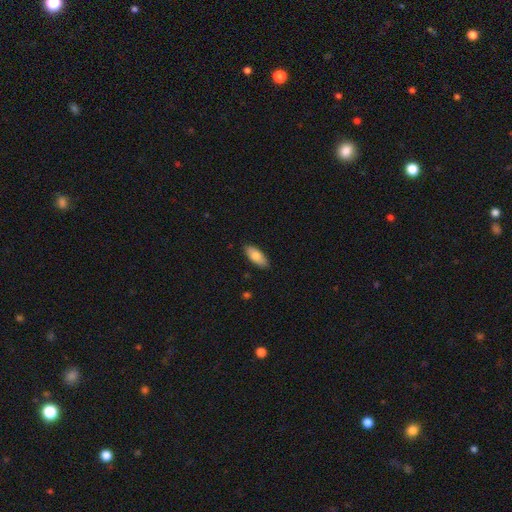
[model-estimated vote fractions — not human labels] Smooth or featured? Predicted: smooth (p=0.79). How rounded? Predicted: in between (p=0.84). Merging? Predicted: none (p=0.87).